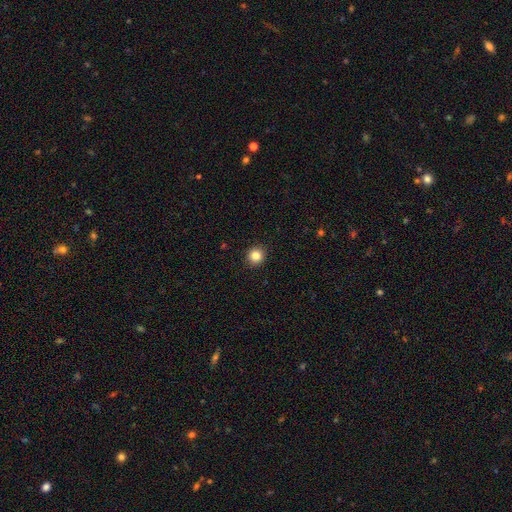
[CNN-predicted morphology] Smooth or featured? Predicted: smooth (p=0.84). How rounded? Predicted: round (p=0.91). Merging? Predicted: none (p=0.92).